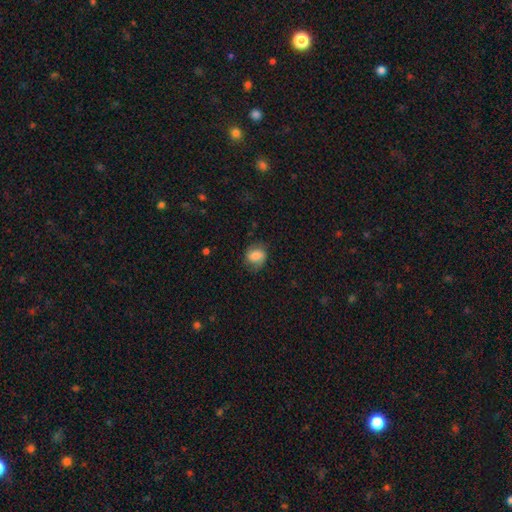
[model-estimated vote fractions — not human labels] Q: Smooth or featured?
A: smooth (64%); runner-up: featured or disk (27%)
Q: How rounded?
A: round (56%); runner-up: in between (43%)
Q: Merging?
A: none (72%); runner-up: minor disturbance (19%)